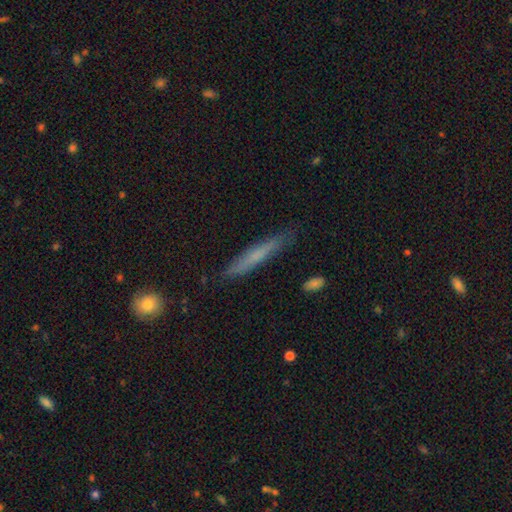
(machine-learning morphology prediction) Smooth or featured? Predicted: smooth (p=0.55). How rounded? Predicted: cigar-shaped (p=0.94). Merging? Predicted: none (p=0.85).